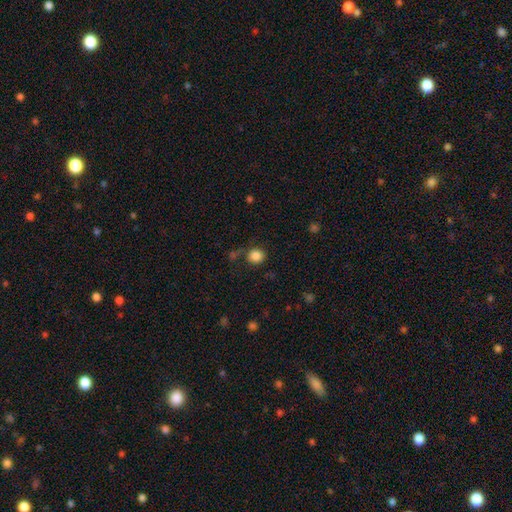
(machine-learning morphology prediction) Smooth or featured: smooth — 85% (star or artifact — 10%)
How rounded: round — 85% (in between — 14%)
Merging: none — 76% (minor disturbance — 12%)